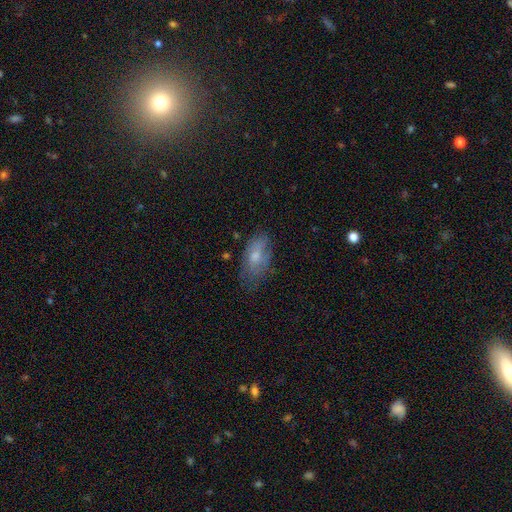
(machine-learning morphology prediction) smooth_or_featured: smooth (p=0.55) [alt: featured or disk p=0.34]
how_rounded: in between (p=0.87) [alt: cigar-shaped p=0.07]
merging: none (p=0.62) [alt: minor disturbance p=0.27]